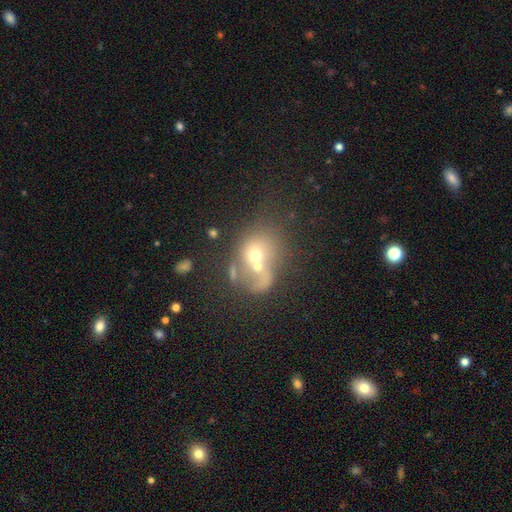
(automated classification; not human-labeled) Smooth or featured?
  - smooth: 51% *
  - featured or disk: 34%
  - star or artifact: 15%
How rounded?
  - round: 61% *
  - in between: 38%
  - cigar-shaped: 1%
Merging?
  - merger: 64% *
  - none: 17%
  - major disturbance: 11%
  - minor disturbance: 8%